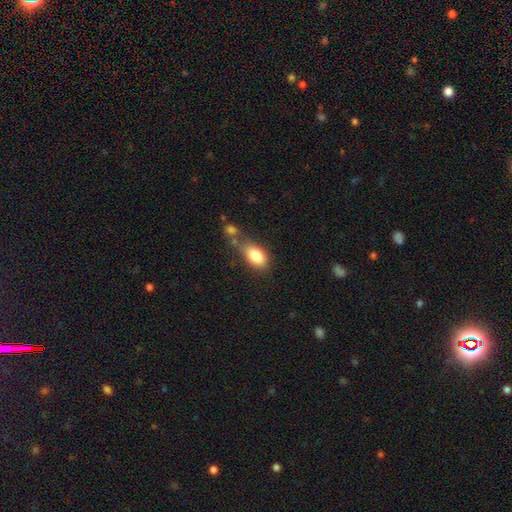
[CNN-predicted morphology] This appears to be a smooth galaxy with no disk features (82%) that is in between round and cigar-shaped (89%). Merging: none (50%).